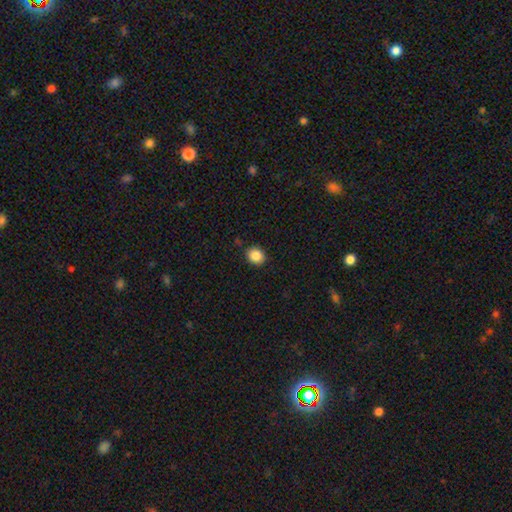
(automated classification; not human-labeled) A smooth galaxy with no disk features (86%) that is round (72%).

Vote fractions:
- Smooth or featured? smooth: 86% / star or artifact: 10% / featured or disk: 4%
- How rounded? round: 72% / in between: 27% / cigar-shaped: 1%
- Merging? none: 88% / minor disturbance: 8% / major disturbance: 2% / merger: 1%